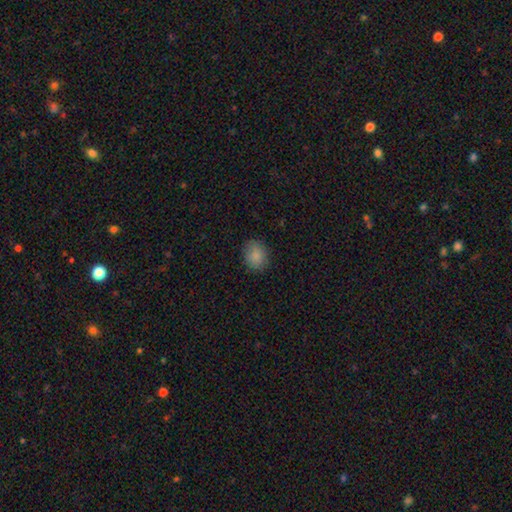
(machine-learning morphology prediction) smooth_or_featured: smooth (p=0.86) [alt: star or artifact p=0.09]
how_rounded: round (p=0.61) [alt: in between p=0.38]
merging: none (p=0.84) [alt: minor disturbance p=0.12]